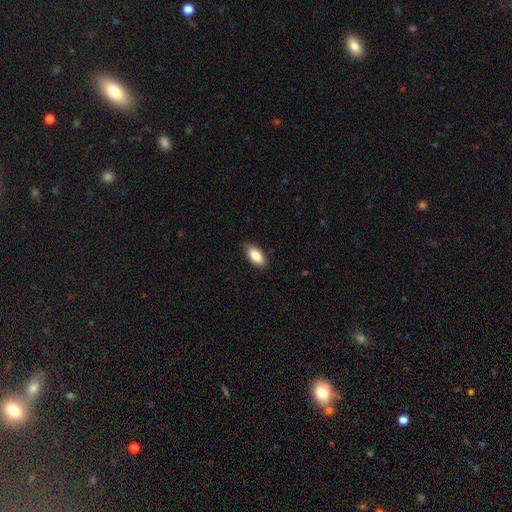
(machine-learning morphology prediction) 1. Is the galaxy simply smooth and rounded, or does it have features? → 84% smooth, 9% featured or disk, 7% star or artifact.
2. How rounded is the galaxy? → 92% in between, 4% cigar-shaped, 3% round.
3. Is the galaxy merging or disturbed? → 86% none, 11% minor disturbance, 2% major disturbance, 1% merger.